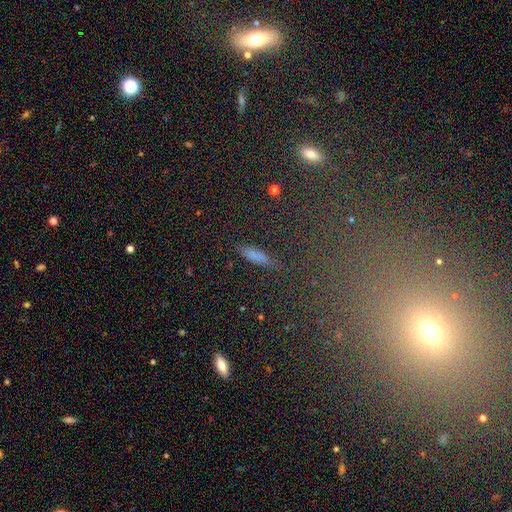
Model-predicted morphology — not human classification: Smooth or featured: smooth — 73% (star or artifact — 15%)
How rounded: cigar-shaped — 78% (in between — 18%)
Merging: none — 80% (minor disturbance — 13%)